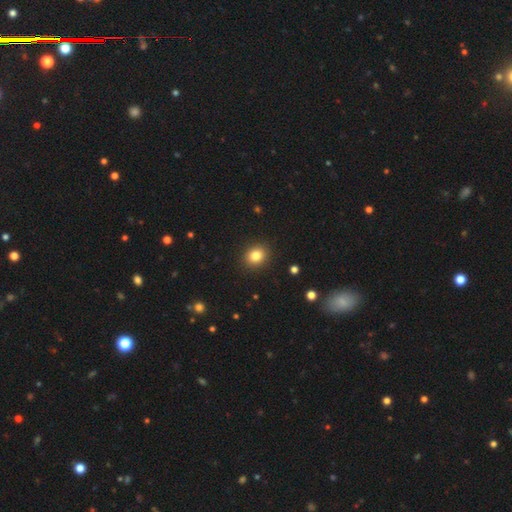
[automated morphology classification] Smooth or featured? smooth (83%)
How rounded? round (68%)
Merging? none (91%)